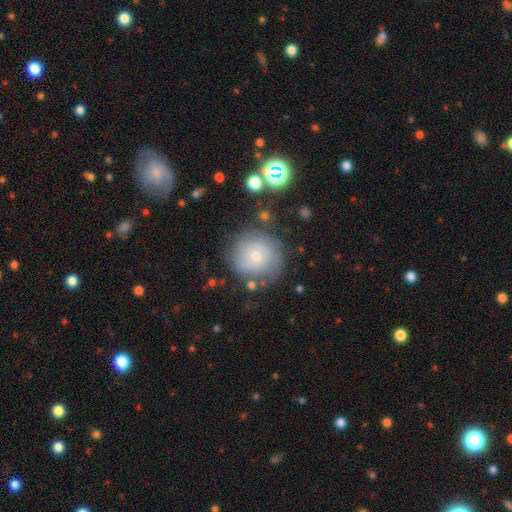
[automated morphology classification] Q: Smooth or featured?
A: featured or disk (54%); runner-up: smooth (31%)
Q: Edge-on disk?
A: no (97%); runner-up: yes (3%)
Q: Bar?
A: no (76%); runner-up: weak (20%)
Q: Spiral arms?
A: yes (85%); runner-up: no (15%)
Q: Bulge size?
A: small (71%); runner-up: moderate (24%)
Q: Merging?
A: none (75%); runner-up: minor disturbance (15%)